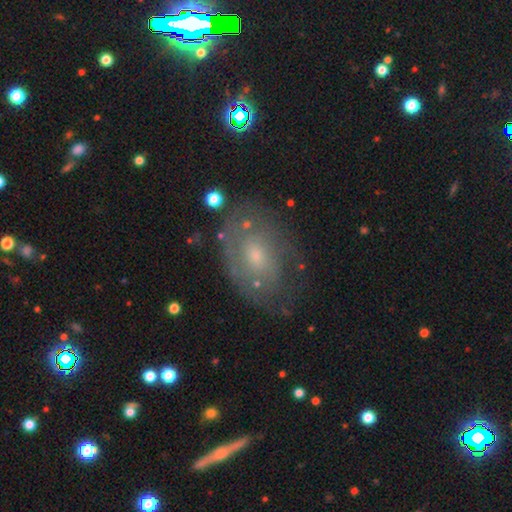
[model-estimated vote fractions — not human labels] Smooth or featured? featured or disk (57%)
Edge-on disk? no (95%)
Bar? no (77%)
Spiral arms? yes (59%)
Bulge size? small (54%)
Merging? none (63%)